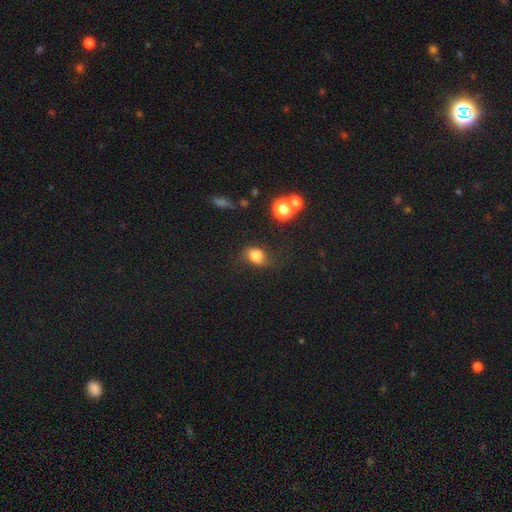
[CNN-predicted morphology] Smooth or featured?
  - smooth: 75% *
  - star or artifact: 13%
  - featured or disk: 12%
How rounded?
  - in between: 67% *
  - round: 31%
  - cigar-shaped: 2%
Merging?
  - none: 54% *
  - minor disturbance: 28%
  - major disturbance: 14%
  - merger: 5%